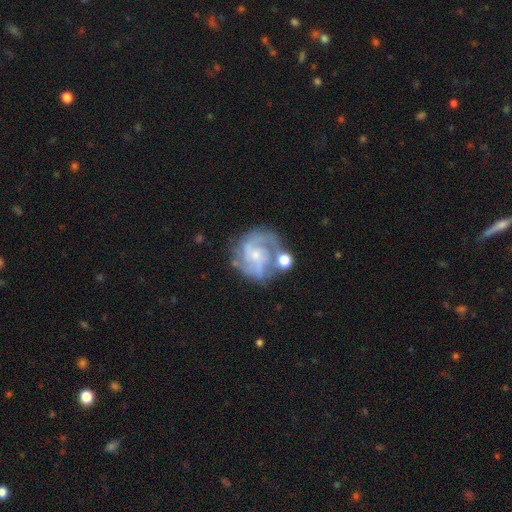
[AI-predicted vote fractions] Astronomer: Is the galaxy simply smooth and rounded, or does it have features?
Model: featured or disk — 85%.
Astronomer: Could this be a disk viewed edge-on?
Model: no — 98%.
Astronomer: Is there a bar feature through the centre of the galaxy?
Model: no — 58% (runner-up: weak, 34%).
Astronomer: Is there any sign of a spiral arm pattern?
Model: yes — 95%.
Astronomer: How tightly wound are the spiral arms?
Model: medium — 48% (runner-up: tight, 39%).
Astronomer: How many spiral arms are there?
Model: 2 — 46% (runner-up: 3, 25%).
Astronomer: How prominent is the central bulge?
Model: small — 71%.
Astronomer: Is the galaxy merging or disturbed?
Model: none — 60%.